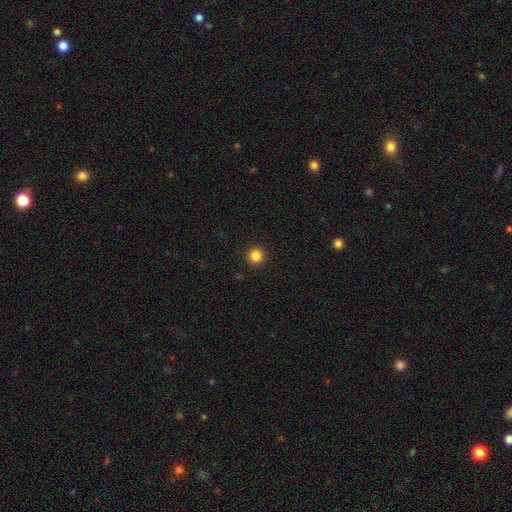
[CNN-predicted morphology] smooth-or-featured: smooth: 85% | star or artifact: 11% | featured or disk: 4%
  how-rounded: round: 95% | in between: 4% | cigar-shaped: 1%
  merging: none: 93% | minor disturbance: 4% | major disturbance: 2% | merger: 1%